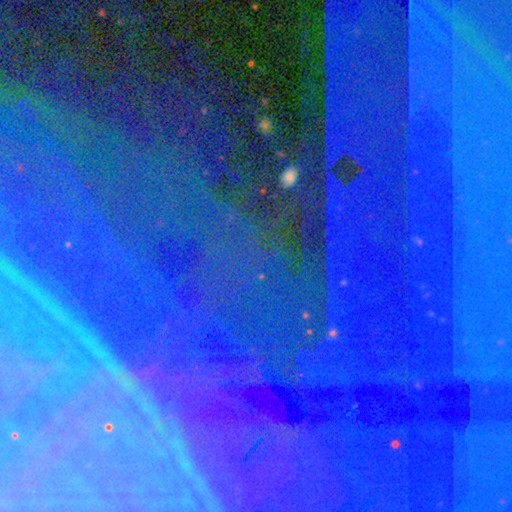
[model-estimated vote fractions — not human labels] star or artifact 83%, featured or disk 9%, smooth 8%.